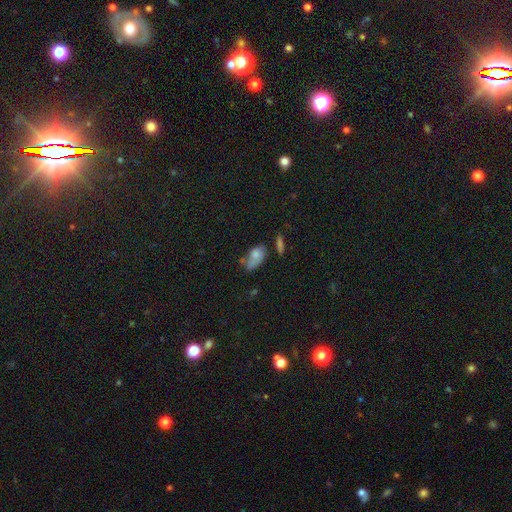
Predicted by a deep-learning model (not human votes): The model was most divided on "merging": none: 38%, minor disturbance: 28%, merger: 19%, major disturbance: 15%. More confident: how rounded — in between (86%); smooth or featured — smooth (73%).